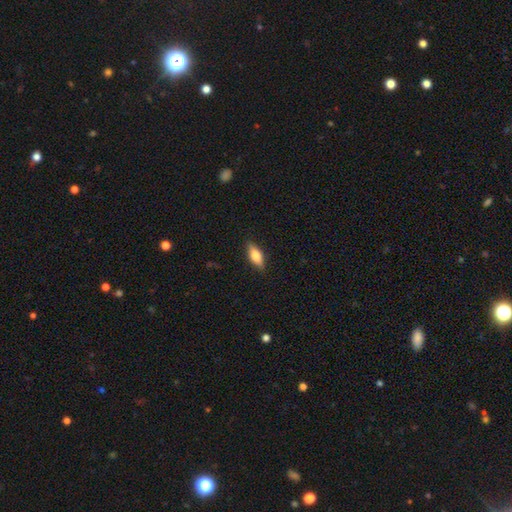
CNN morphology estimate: Smooth or featured: smooth — 73% (featured or disk — 21%)
How rounded: in between — 75% (cigar-shaped — 22%)
Merging: none — 86% (minor disturbance — 10%)